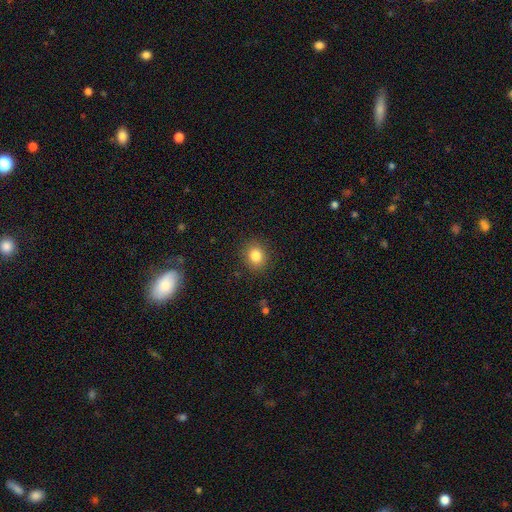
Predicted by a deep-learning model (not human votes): smooth-or-featured: smooth: 83% | star or artifact: 11% | featured or disk: 6%
  how-rounded: round: 74% | in between: 25% | cigar-shaped: 1%
  merging: none: 89% | minor disturbance: 8% | major disturbance: 3% | merger: 1%